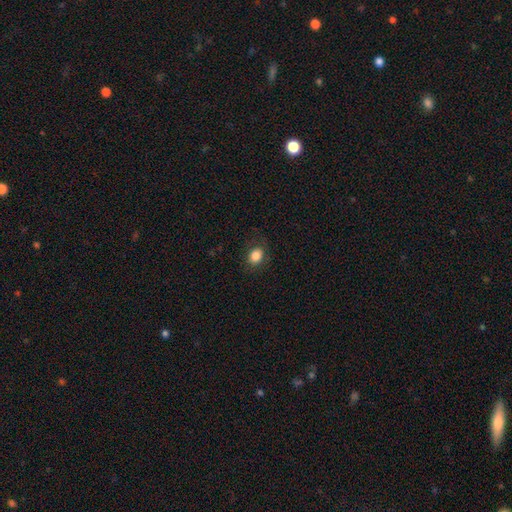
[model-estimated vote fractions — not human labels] smooth-or-featured: smooth: 84% | star or artifact: 10% | featured or disk: 6%
  how-rounded: in between: 51% | round: 48% | cigar-shaped: 1%
  merging: none: 80% | minor disturbance: 13% | major disturbance: 5% | merger: 1%